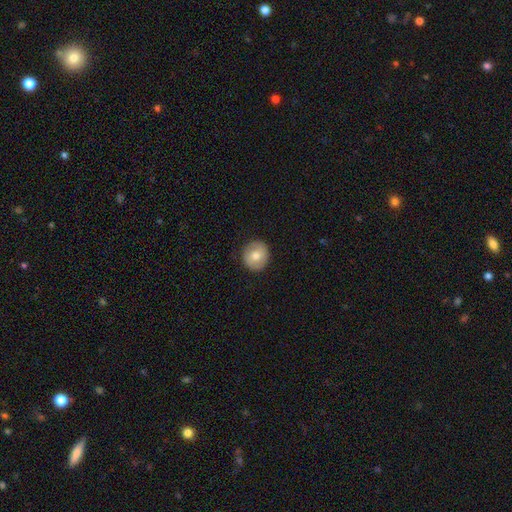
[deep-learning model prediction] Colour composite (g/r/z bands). It shows a smooth galaxy with no disk features (73%) that is round (88%). Merging: none (89%).